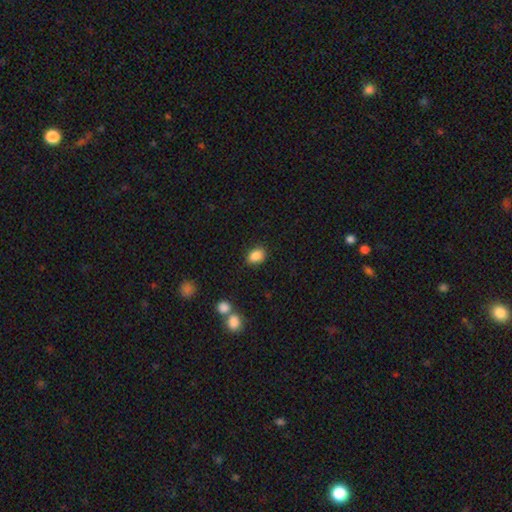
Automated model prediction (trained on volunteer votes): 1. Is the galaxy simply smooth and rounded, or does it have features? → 87% smooth, 9% star or artifact, 4% featured or disk.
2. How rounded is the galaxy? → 74% in between, 25% round, 1% cigar-shaped.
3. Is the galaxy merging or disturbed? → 84% none, 11% minor disturbance, 3% major disturbance, 3% merger.